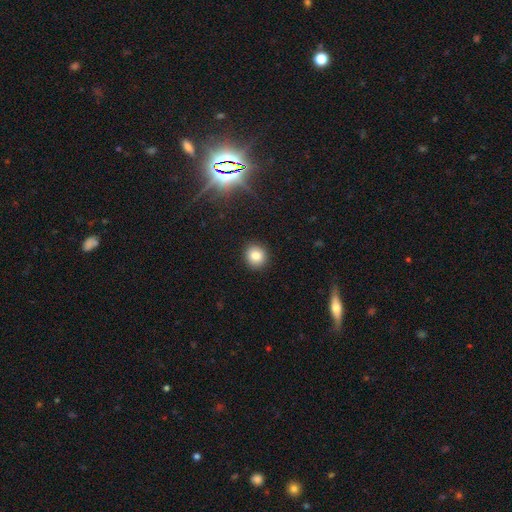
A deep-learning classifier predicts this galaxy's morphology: type=smooth (82%); roundness=round (85%); merging=none (90%).